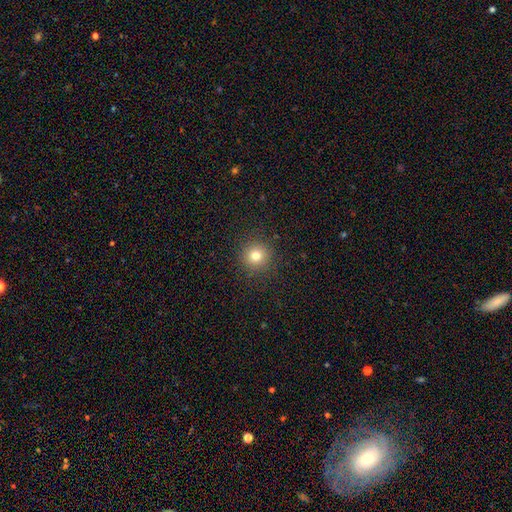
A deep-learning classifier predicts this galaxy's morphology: smooth_or_featured: smooth (p=0.78) [alt: star or artifact p=0.15]
how_rounded: round (p=0.95) [alt: in between p=0.04]
merging: none (p=0.91) [alt: minor disturbance p=0.06]